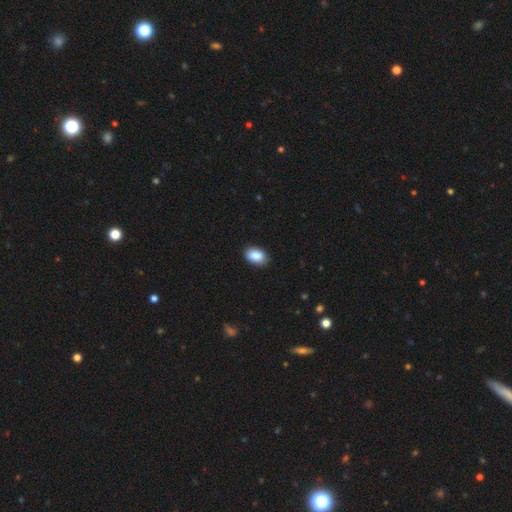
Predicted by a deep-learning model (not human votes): The model was most divided on "merging": none: 87%, minor disturbance: 10%, major disturbance: 2%, merger: 1%. More confident: smooth or featured — smooth (89%); how rounded — in between (89%).